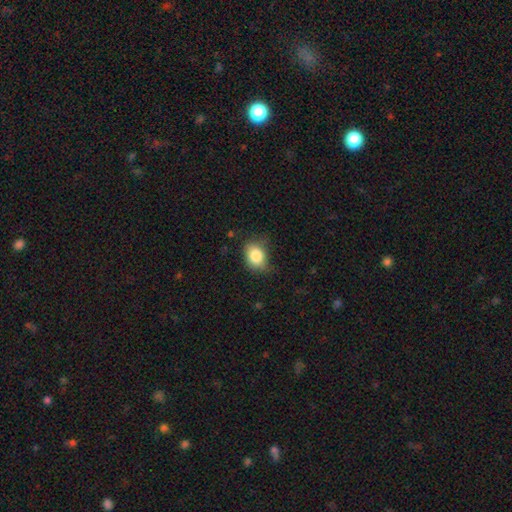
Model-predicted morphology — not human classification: smooth 83%, star or artifact 9%, featured or disk 8%. Down the decision tree: how rounded — in between (59%); merging — none (61%).